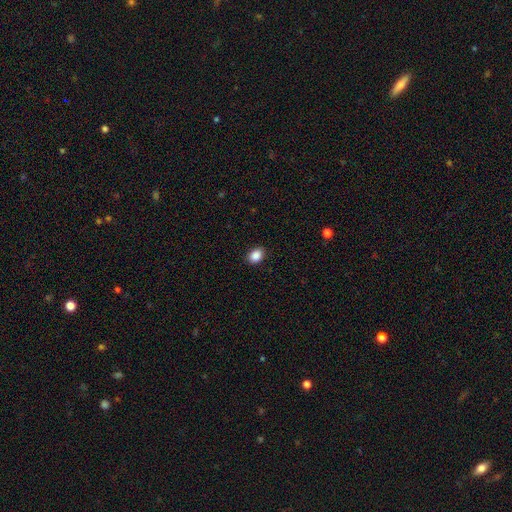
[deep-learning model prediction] Morphology: type=smooth (88%); roundness=in between (66%); merging=none (90%).